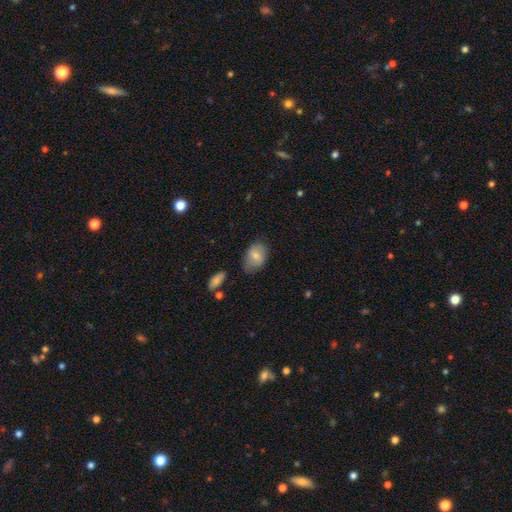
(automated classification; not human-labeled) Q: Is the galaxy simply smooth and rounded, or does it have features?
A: smooth — 75%.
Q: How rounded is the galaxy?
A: in between — 82%.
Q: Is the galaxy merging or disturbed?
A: none — 69%.